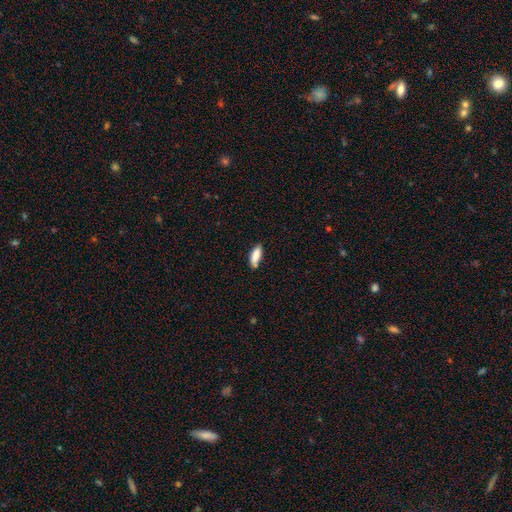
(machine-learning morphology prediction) This is clearly a smooth galaxy (85%). How rounded: likely in between (68%). Merging: likely none (71%).